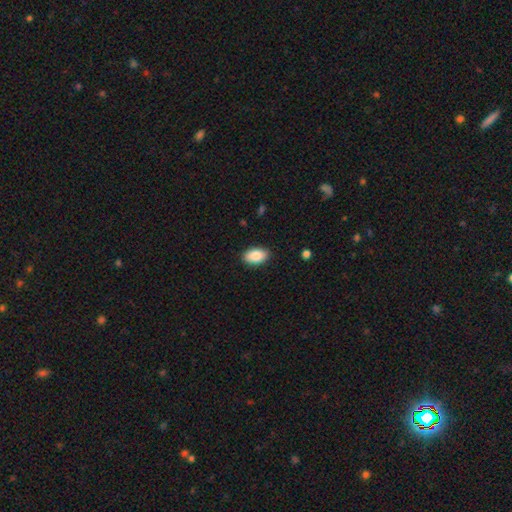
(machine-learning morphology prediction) Smooth or featured? smooth (88%)
How rounded? in between (92%)
Merging? none (88%)